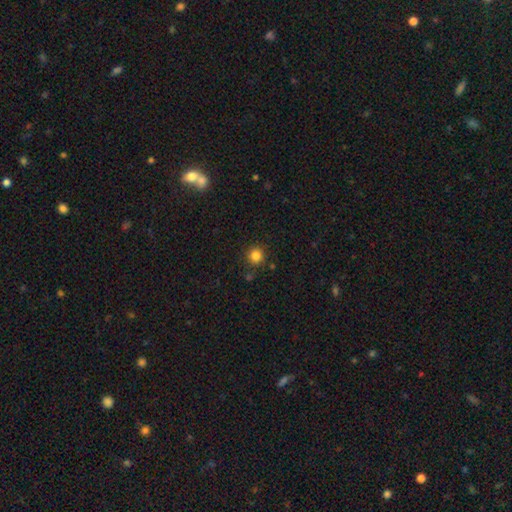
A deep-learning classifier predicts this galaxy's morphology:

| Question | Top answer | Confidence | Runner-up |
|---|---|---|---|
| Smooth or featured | smooth | 83% | star or artifact (13%) |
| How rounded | round | 93% | in between (6%) |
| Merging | none | 88% | minor disturbance (7%) |